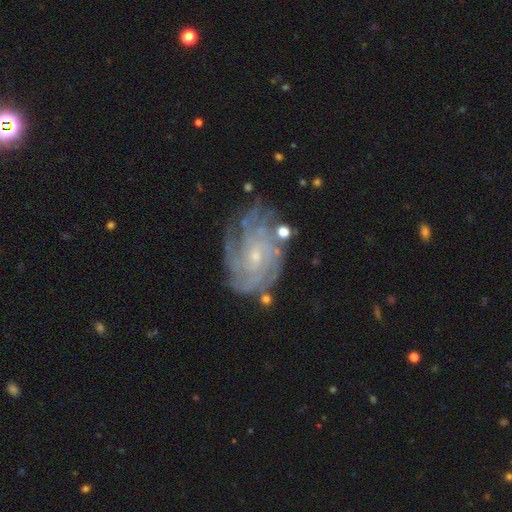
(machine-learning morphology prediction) Smooth or featured?
  - featured or disk: 83% *
  - smooth: 9%
  - star or artifact: 8%
Edge-on disk?
  - no: 97% *
  - yes: 3%
Bar?
  - no: 67% *
  - weak: 28%
  - strong: 5%
Spiral arms?
  - yes: 95% *
  - no: 5%
Spiral winding?
  - tight: 63% *
  - medium: 29%
  - loose: 9%
Spiral arm count?
  - can't tell: 33% *
  - 4: 25%
  - more than 4: 17%
  - 3: 11%
  - 2: 8%
  - 1: 6%
Bulge size?
  - small: 76% *
  - moderate: 18%
  - none: 4%
  - large: 1%
  - dominant: 1%
Merging?
  - none: 68% *
  - minor disturbance: 19%
  - major disturbance: 9%
  - merger: 4%